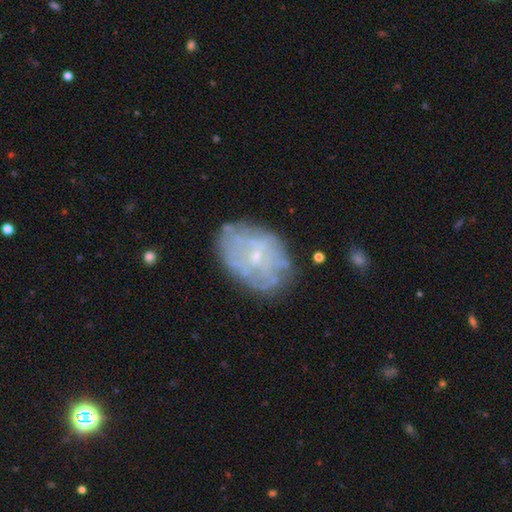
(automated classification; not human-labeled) smooth_or_featured: featured or disk (p=0.61) [alt: smooth p=0.31]
disk_edge_on: no (p=0.96) [alt: yes p=0.04]
bar: no (p=0.76) [alt: weak p=0.20]
has_spiral_arms: no (p=0.63) [alt: yes p=0.37]
bulge_size: small (p=0.78) [alt: moderate p=0.15]
merging: none (p=0.67) [alt: minor disturbance p=0.21]